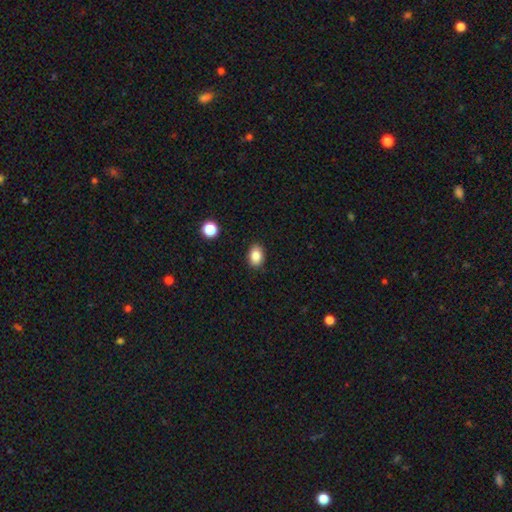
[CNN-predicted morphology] This appears to be a smooth galaxy with no disk features (86%) that is in between round and cigar-shaped (75%). Merging: none (87%).